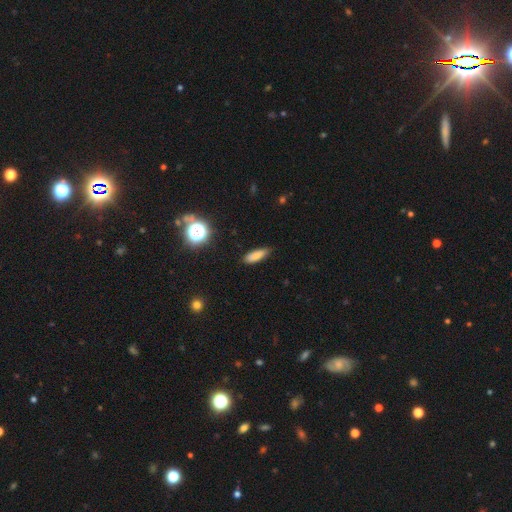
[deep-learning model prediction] This appears to be a smooth galaxy with no disk features (80%) that is in between round and cigar-shaped (54%). Merging: none (84%).